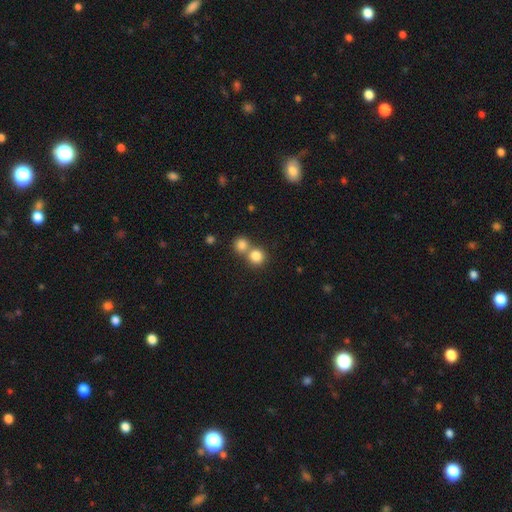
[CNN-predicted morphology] Overall: smooth (82%). How rounded: round (89%). Merging: none (49%; merger 44%).